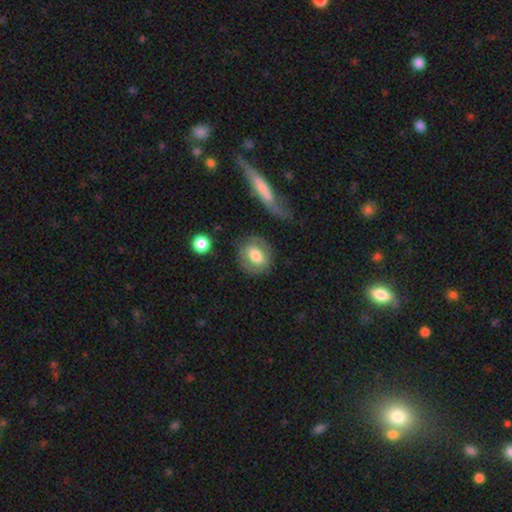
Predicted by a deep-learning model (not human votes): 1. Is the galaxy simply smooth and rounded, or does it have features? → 66% smooth, 27% featured or disk, 7% star or artifact.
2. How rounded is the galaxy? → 53% round, 45% in between, 2% cigar-shaped.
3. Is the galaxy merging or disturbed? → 73% none, 15% minor disturbance, 7% major disturbance, 4% merger.